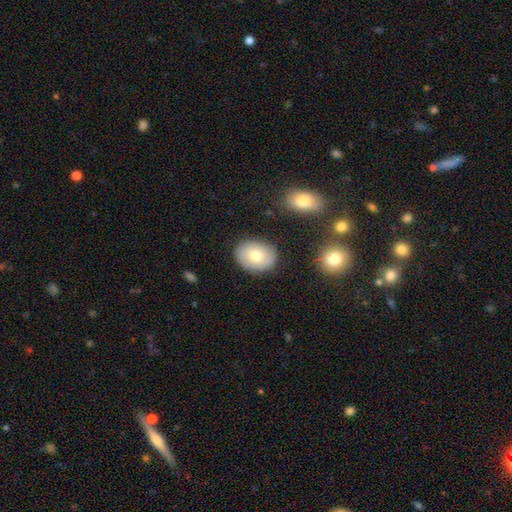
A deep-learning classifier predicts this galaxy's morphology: smooth_or_featured: smooth (p=0.73) [alt: featured or disk p=0.19]
how_rounded: in between (p=0.66) [alt: round p=0.33]
merging: none (p=0.85) [alt: minor disturbance p=0.11]